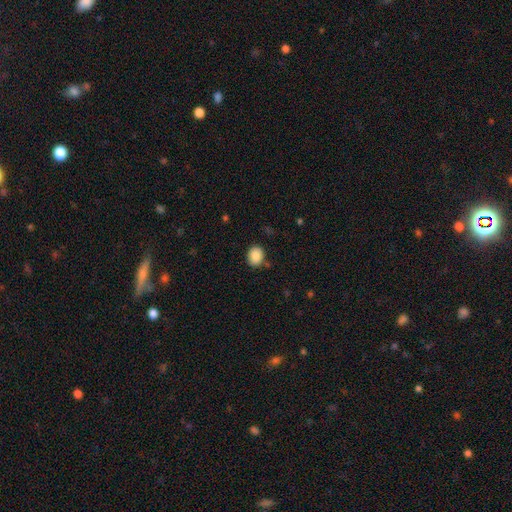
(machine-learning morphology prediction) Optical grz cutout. It shows a smooth galaxy with no disk features (88%) that is round (54%). Merging: none (82%).